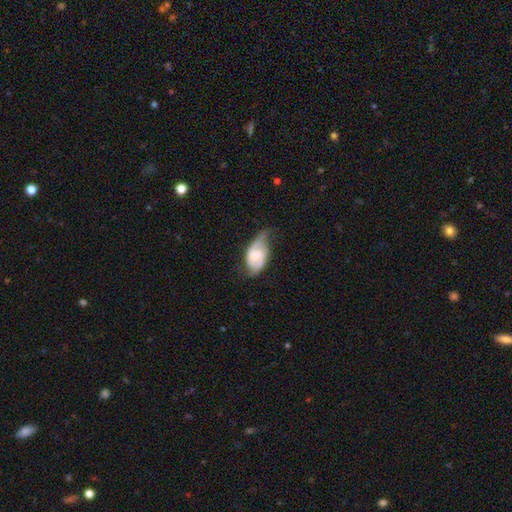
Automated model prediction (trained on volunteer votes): The model was most divided on "merging": none: 43%, minor disturbance: 37%, major disturbance: 18%, merger: 2%. Remaining: edge-on disk — no (95%); spiral arms — yes (87%); spiral arm count — 2 (74%); smooth or featured — featured or disk (66%); bulge size — moderate (56%); bar — no (54%); spiral winding — medium (44%).